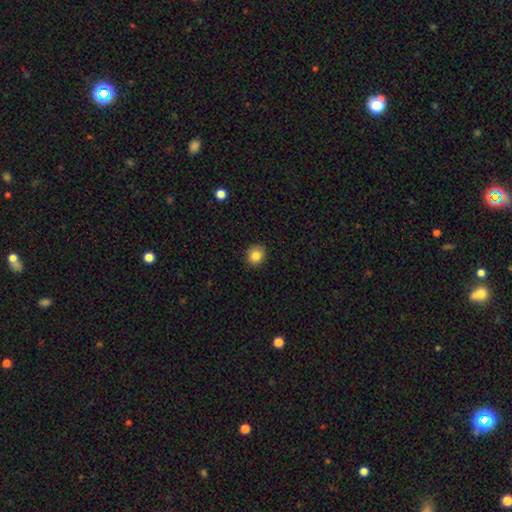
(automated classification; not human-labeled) A smooth galaxy with no disk features (85%) that is round (79%). Merging: none (89%).